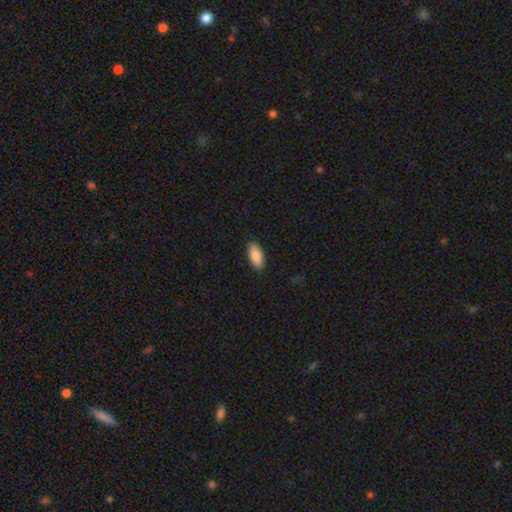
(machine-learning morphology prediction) Smooth or featured: smooth — 90% (star or artifact — 6%)
How rounded: in between — 88% (cigar-shaped — 10%)
Merging: none — 89% (minor disturbance — 9%)